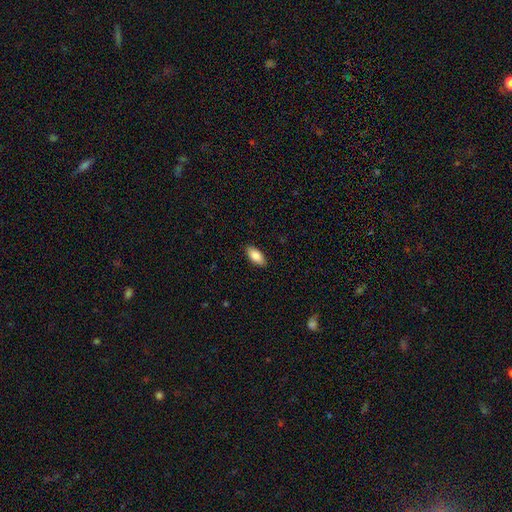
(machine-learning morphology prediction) Smooth or featured? Predicted: smooth (p=0.86). How rounded? Predicted: in between (p=0.90). Merging? Predicted: none (p=0.89).